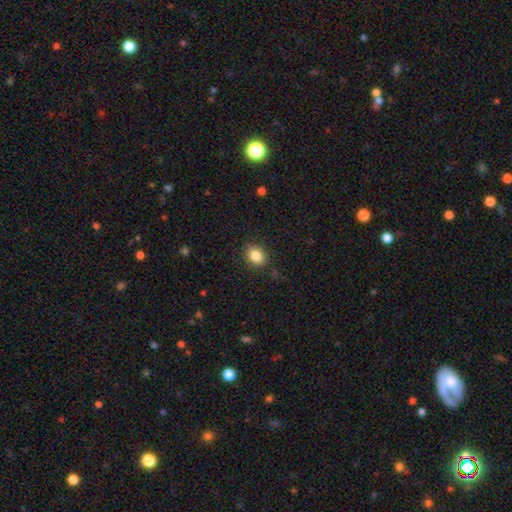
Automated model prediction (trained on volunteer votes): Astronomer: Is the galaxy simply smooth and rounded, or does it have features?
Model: smooth — 85%.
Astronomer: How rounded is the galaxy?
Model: in between — 62% (runner-up: round, 37%).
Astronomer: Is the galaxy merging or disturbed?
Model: none — 87%.